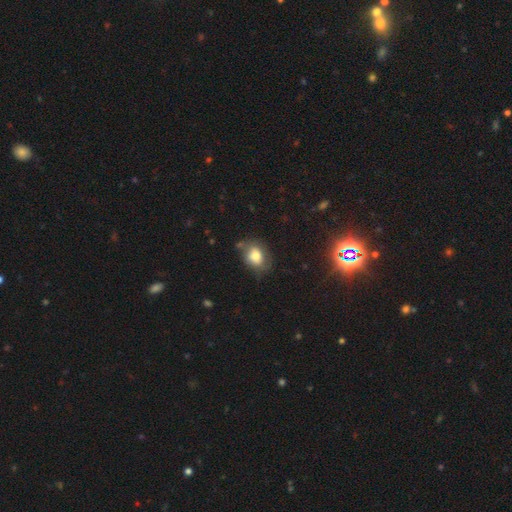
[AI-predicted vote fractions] smooth_or_featured: smooth (p=0.76) [alt: featured or disk p=0.15]
how_rounded: in between (p=0.62) [alt: round p=0.36]
merging: none (p=0.61) [alt: minor disturbance p=0.25]